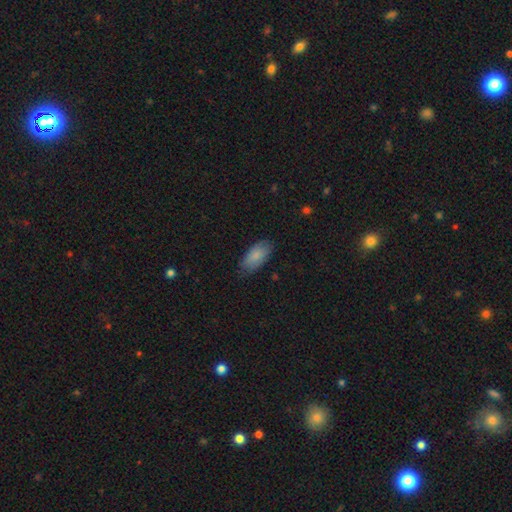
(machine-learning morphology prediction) smooth_or_featured: smooth (p=0.84) [alt: featured or disk p=0.10]
how_rounded: in between (p=0.92) [alt: cigar-shaped p=0.06]
merging: none (p=0.75) [alt: minor disturbance p=0.20]